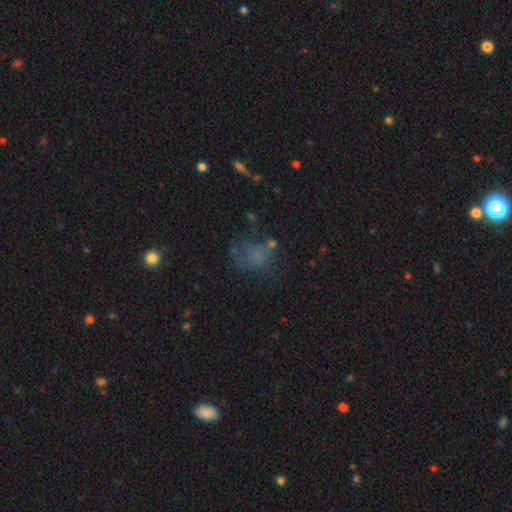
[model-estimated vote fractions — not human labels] This appears to be a smooth galaxy with no disk features (54%) that is round (52%). Merging: none (45%).